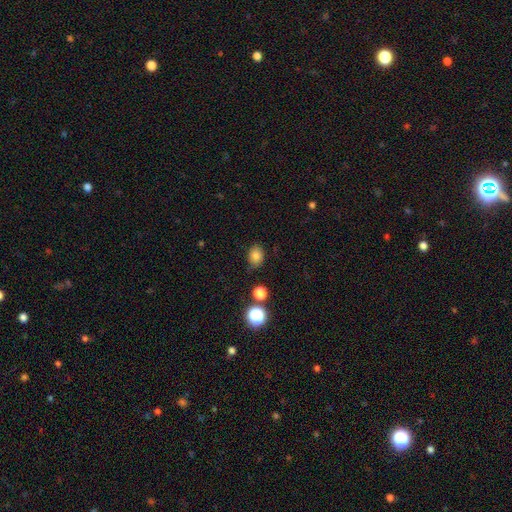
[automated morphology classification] smooth 79%, star or artifact 14%, featured or disk 7%. Down the decision tree: how rounded — in between (55%); merging — none (75%).